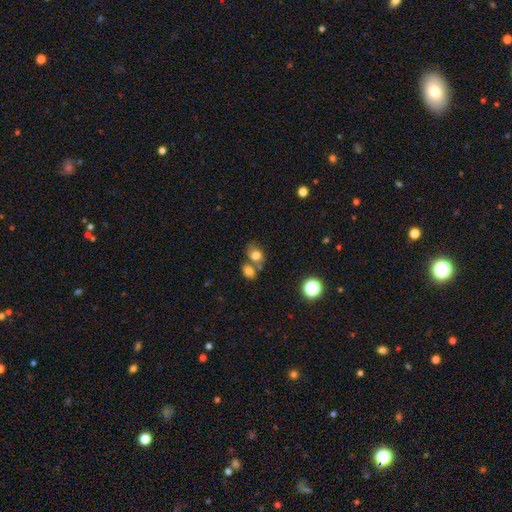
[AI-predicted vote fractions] This appears to be a smooth galaxy with no disk features (73%) that is in between round and cigar-shaped (56%). Merging: merger (46%).